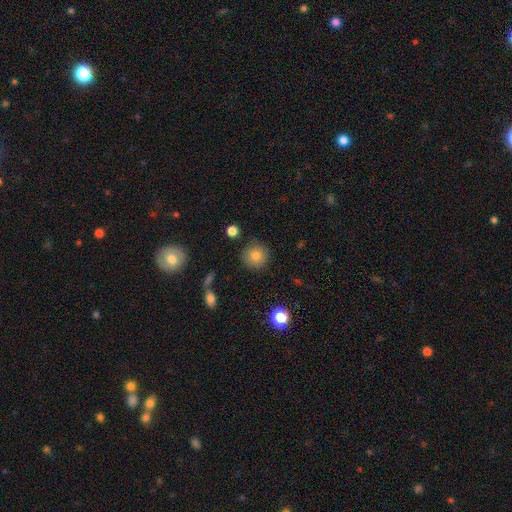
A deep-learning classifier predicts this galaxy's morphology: smooth-or-featured: smooth: 80% | star or artifact: 11% | featured or disk: 9%
  how-rounded: round: 93% | in between: 6% | cigar-shaped: 1%
  merging: none: 85% | minor disturbance: 10% | major disturbance: 3% | merger: 2%